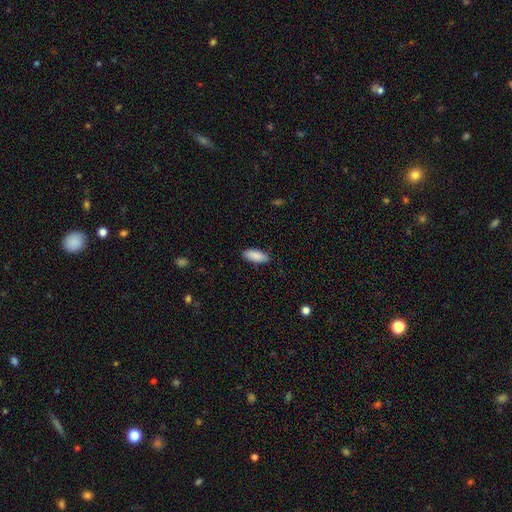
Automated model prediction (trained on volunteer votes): This is clearly a smooth galaxy (89%). How rounded: likely in between (78%). Merging: clearly none (86%).